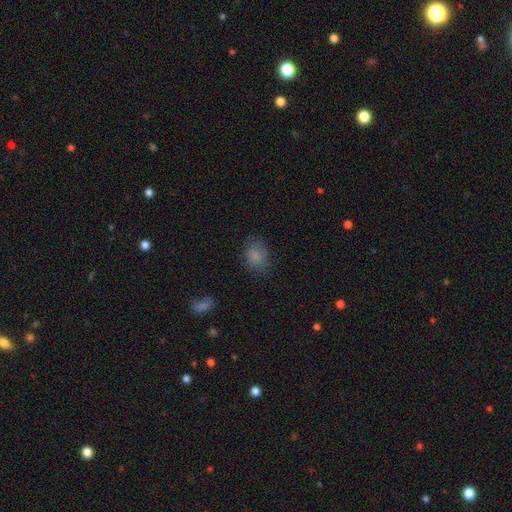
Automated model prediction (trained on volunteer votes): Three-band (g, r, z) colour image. It shows a smooth galaxy with no disk features (82%) that is in between round and cigar-shaped (62%). Merging: none (74%).